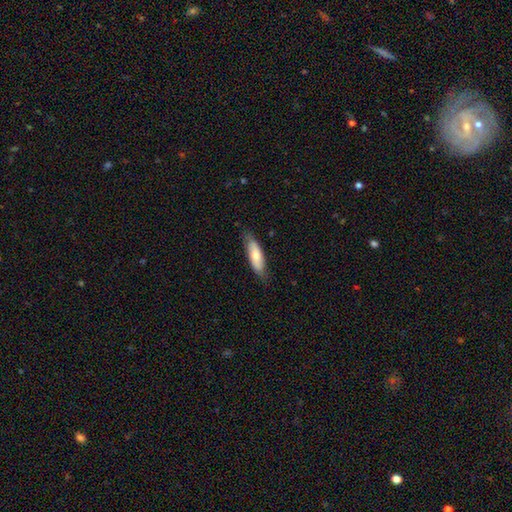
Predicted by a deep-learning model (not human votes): Smooth or featured? Predicted: smooth (p=0.70). How rounded? Predicted: in between (p=0.49, tied with cigar-shaped). Merging? Predicted: none (p=0.79).